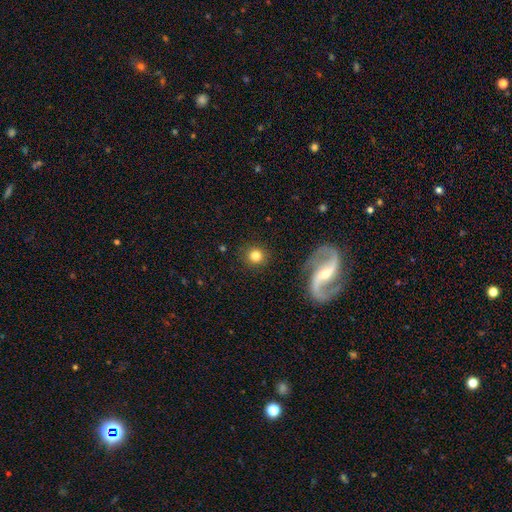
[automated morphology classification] smooth-or-featured: smooth: 80% | featured or disk: 10% | star or artifact: 10%
  how-rounded: round: 92% | in between: 6% | cigar-shaped: 1%
  merging: none: 90% | minor disturbance: 6% | major disturbance: 3% | merger: 2%